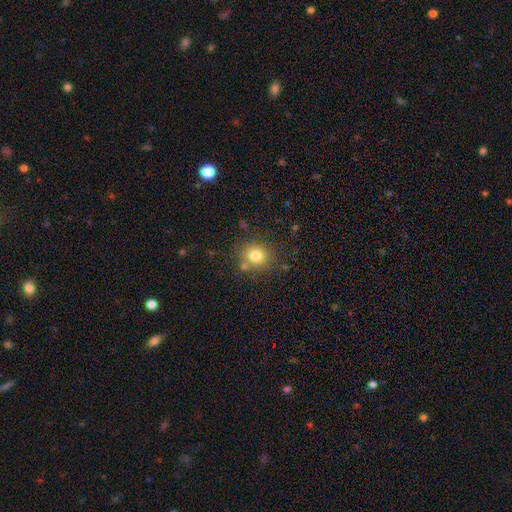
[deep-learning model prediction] A smooth galaxy with no disk features (78%) that is round (74%). Merging: none (77%).